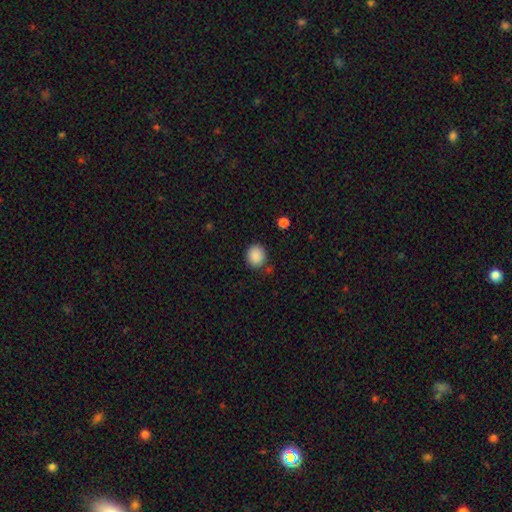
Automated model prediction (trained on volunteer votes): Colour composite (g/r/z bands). It shows a smooth galaxy with no disk features (88%) that is round (76%). Merging: none (84%).